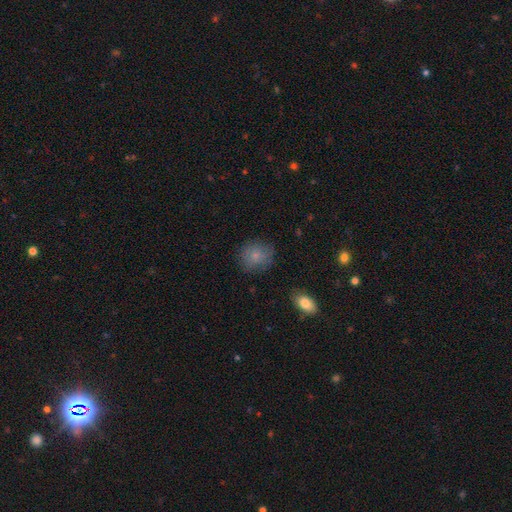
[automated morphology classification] smooth_or_featured: smooth (p=0.79) [alt: featured or disk p=0.12]
how_rounded: round (p=0.75) [alt: in between p=0.24]
merging: none (p=0.78) [alt: minor disturbance p=0.16]